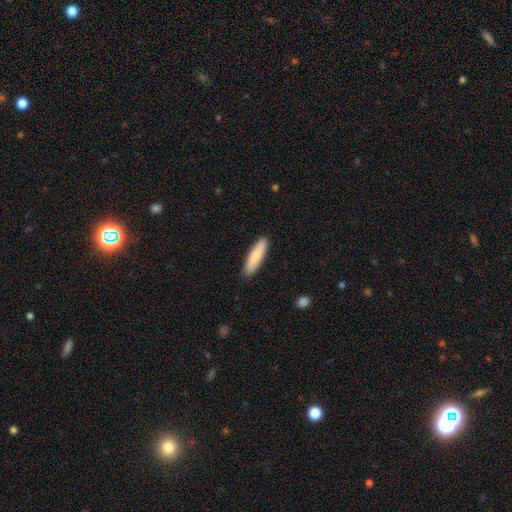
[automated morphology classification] This is likely a smooth galaxy (79%). How rounded: likely cigar-shaped (70%). Merging: clearly none (89%).